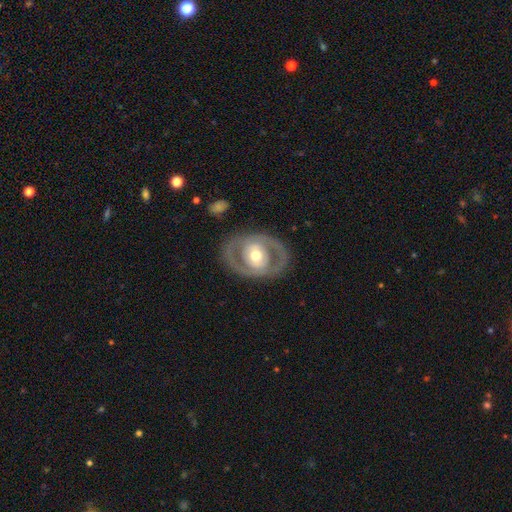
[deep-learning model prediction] Smooth or featured? featured or disk (70%)
Edge-on disk? no (94%)
Bar? no (64%)
Spiral arms? no (67%)
Bulge size? moderate (70%)
Merging? none (80%)